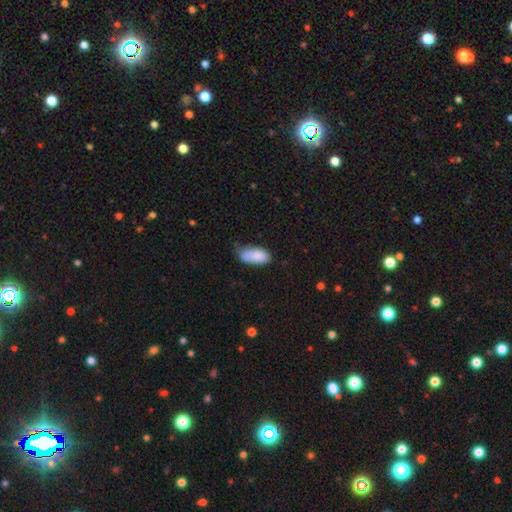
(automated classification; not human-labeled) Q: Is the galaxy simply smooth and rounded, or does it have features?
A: smooth — 84%.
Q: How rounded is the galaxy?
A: in between — 90%.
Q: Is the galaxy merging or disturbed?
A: none — 49%.